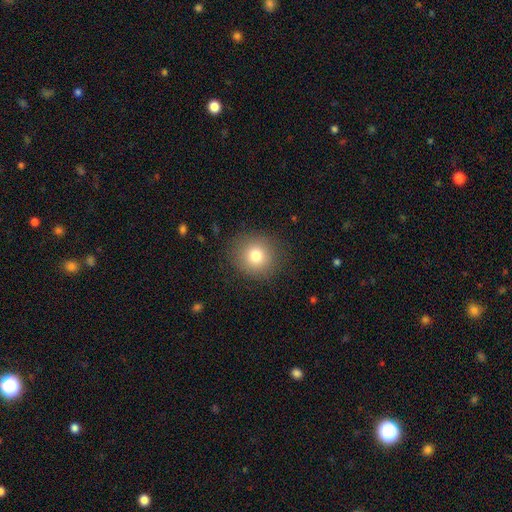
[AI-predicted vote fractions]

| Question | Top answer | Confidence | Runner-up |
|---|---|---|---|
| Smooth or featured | smooth | 78% | star or artifact (12%) |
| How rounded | round | 87% | in between (12%) |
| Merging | none | 87% | minor disturbance (9%) |